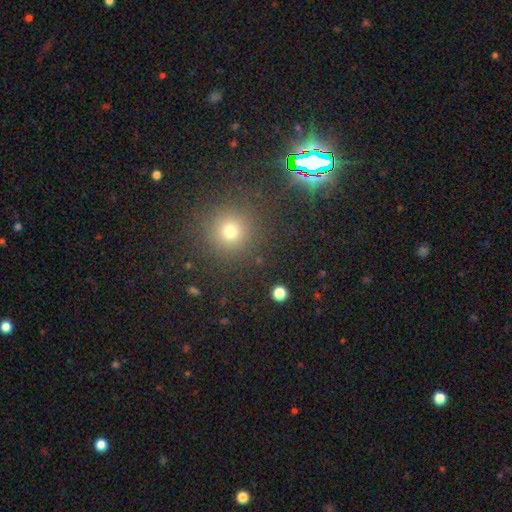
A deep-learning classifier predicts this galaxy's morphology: smooth-or-featured: star or artifact: 48% | smooth: 44% | featured or disk: 8%